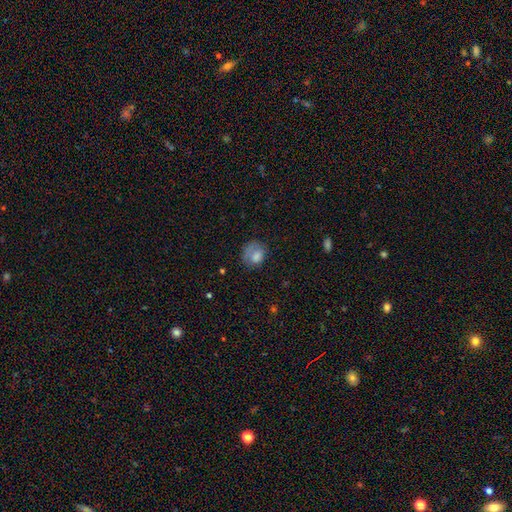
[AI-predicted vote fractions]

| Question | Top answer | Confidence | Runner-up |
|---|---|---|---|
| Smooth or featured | smooth | 75% | featured or disk (16%) |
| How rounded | round | 60% | in between (39%) |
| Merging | none | 49% | minor disturbance (28%) |